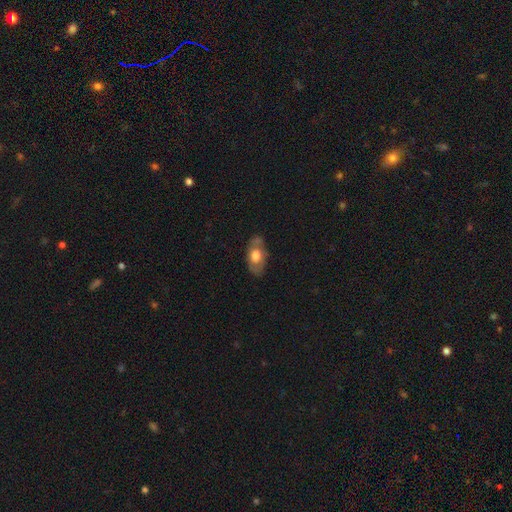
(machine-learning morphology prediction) This appears to be a smooth galaxy with no disk features (51%) that is in between round and cigar-shaped (88%). Merging: none (64%).